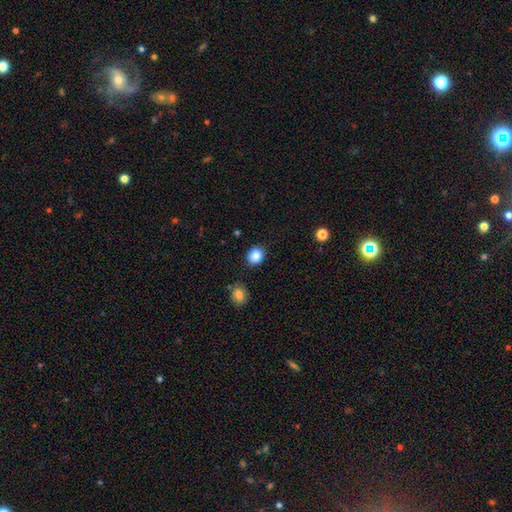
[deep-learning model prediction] Smooth or featured? Predicted: smooth (p=0.86). How rounded? Predicted: round (p=0.66). Merging? Predicted: none (p=0.83).